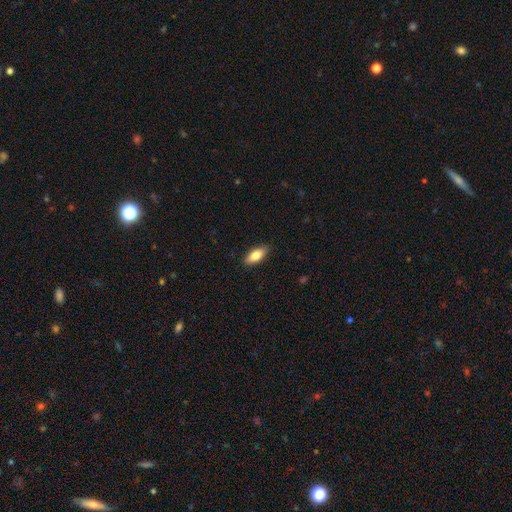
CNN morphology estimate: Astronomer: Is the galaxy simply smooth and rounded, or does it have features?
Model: smooth — 79%.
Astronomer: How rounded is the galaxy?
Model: in between — 79%.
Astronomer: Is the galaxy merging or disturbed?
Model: none — 88%.